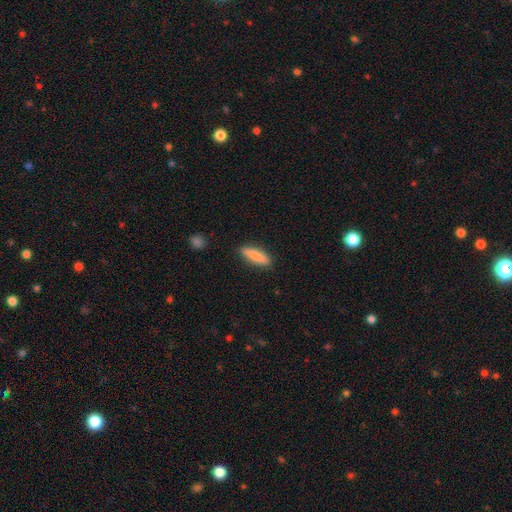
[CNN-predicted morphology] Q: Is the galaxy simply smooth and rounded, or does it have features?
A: smooth — 84%.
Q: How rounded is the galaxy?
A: cigar-shaped — 72%.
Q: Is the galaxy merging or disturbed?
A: none — 88%.